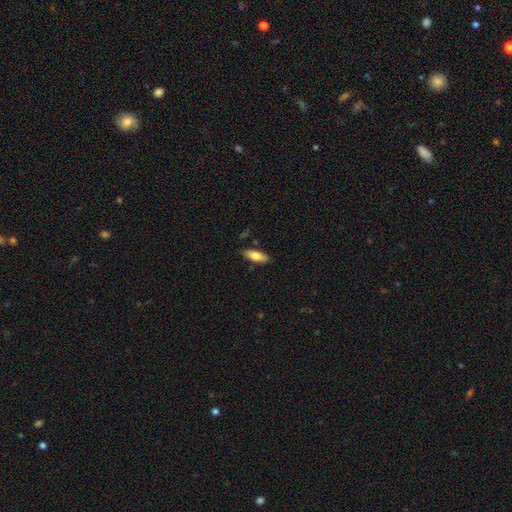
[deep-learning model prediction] Smooth or featured?
  - smooth: 76% *
  - featured or disk: 18%
  - star or artifact: 6%
How rounded?
  - in between: 71% *
  - cigar-shaped: 27%
  - round: 2%
Merging?
  - none: 84% *
  - minor disturbance: 11%
  - merger: 2%
  - major disturbance: 2%